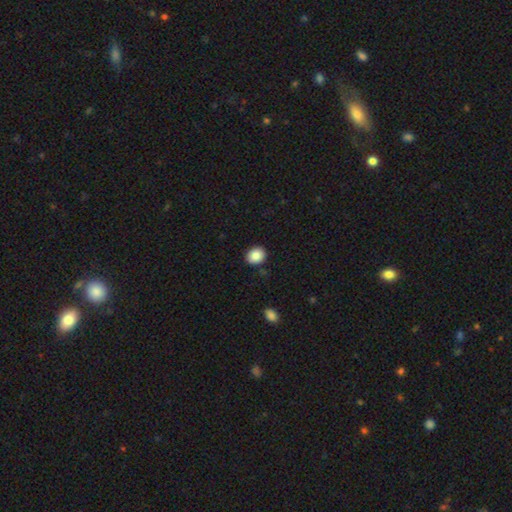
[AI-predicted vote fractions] smooth-or-featured: smooth: 87% | star or artifact: 8% | featured or disk: 5%
  how-rounded: round: 53% | in between: 47% | cigar-shaped: 1%
  merging: none: 89% | minor disturbance: 8% | major disturbance: 2% | merger: 2%